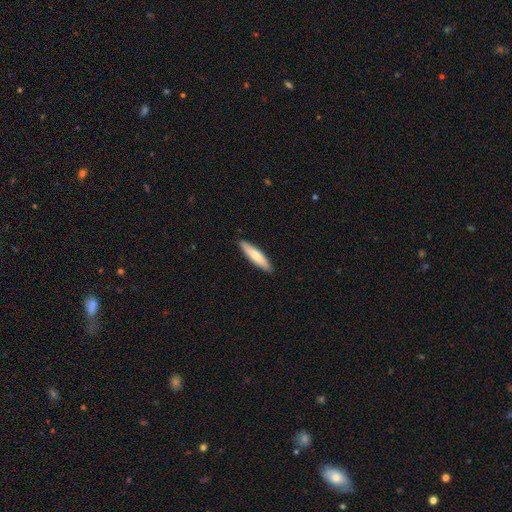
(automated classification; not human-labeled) Smooth or featured?
  - smooth: 75% *
  - featured or disk: 20%
  - star or artifact: 5%
How rounded?
  - cigar-shaped: 80% *
  - in between: 19%
  - round: 1%
Merging?
  - none: 90% *
  - minor disturbance: 8%
  - major disturbance: 1%
  - merger: 1%